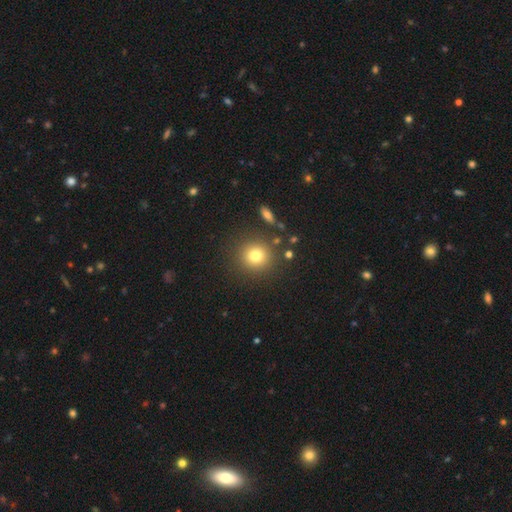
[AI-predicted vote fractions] This is likely a smooth galaxy (78%). How rounded: clearly round (91%). Merging: clearly none (86%).